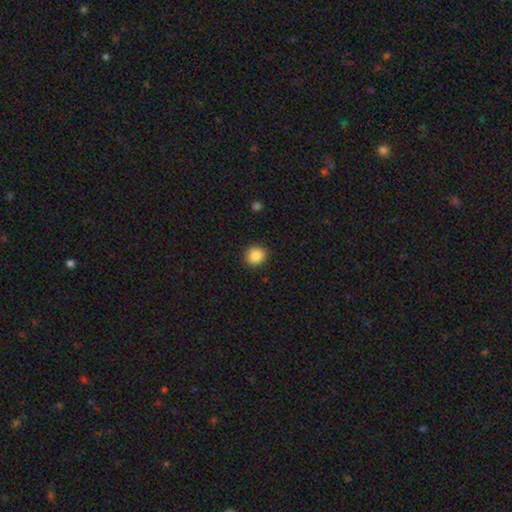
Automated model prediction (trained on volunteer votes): Smooth or featured: smooth — 87% (star or artifact — 9%)
How rounded: round — 80% (in between — 19%)
Merging: none — 88% (minor disturbance — 9%)